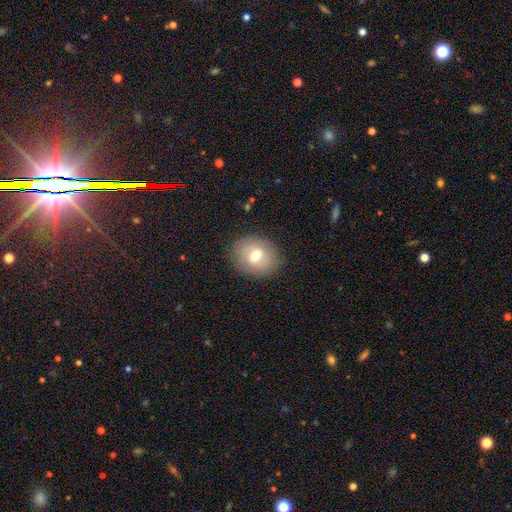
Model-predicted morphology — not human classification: Smooth or featured?
  - smooth: 62% *
  - featured or disk: 29%
  - star or artifact: 9%
How rounded?
  - round: 54% *
  - in between: 45%
  - cigar-shaped: 1%
Merging?
  - none: 83% *
  - minor disturbance: 11%
  - major disturbance: 4%
  - merger: 1%